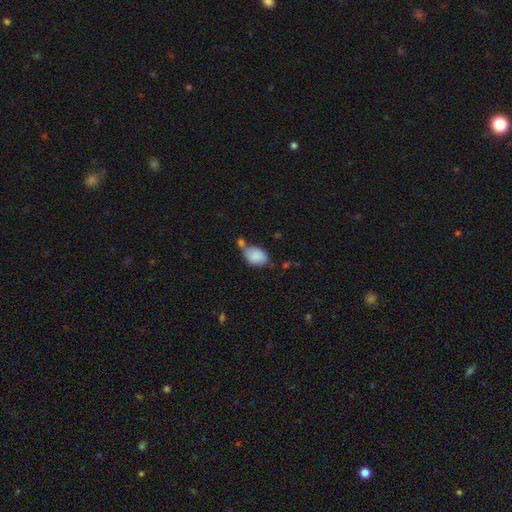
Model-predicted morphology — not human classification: This is clearly a smooth galaxy (86%). How rounded: clearly in between (81%). Merging: marginally none (41%).